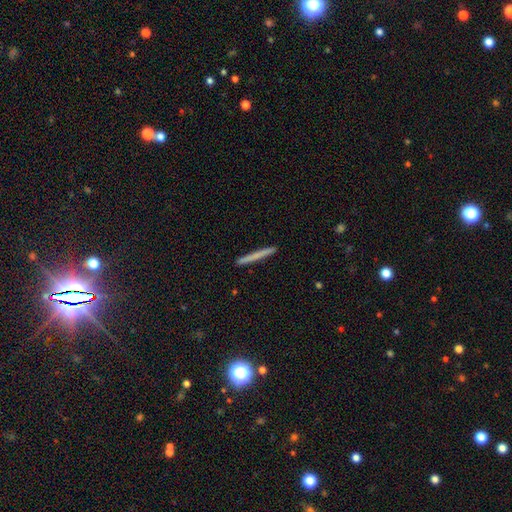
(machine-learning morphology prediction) Smooth or featured: smooth — 66% (featured or disk — 28%)
How rounded: cigar-shaped — 97% (in between — 2%)
Merging: none — 93% (minor disturbance — 5%)